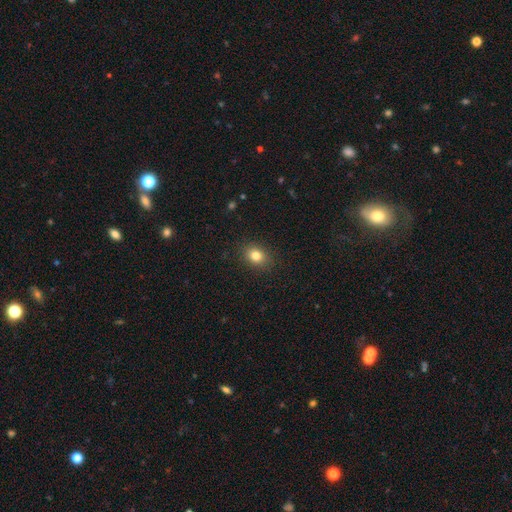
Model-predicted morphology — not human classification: Smooth or featured? smooth (82%)
How rounded? in between (54%)
Merging? none (88%)